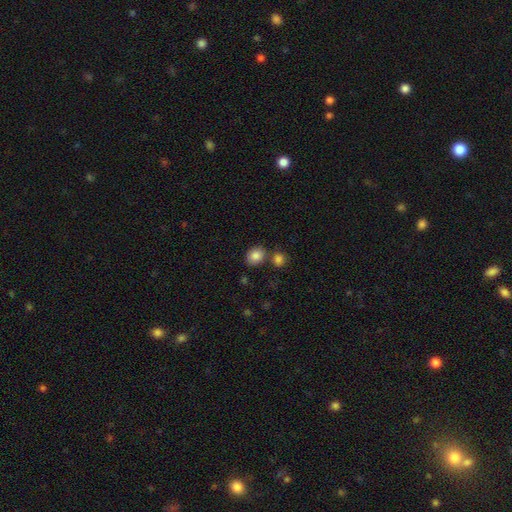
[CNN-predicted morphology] Smooth or featured: smooth — 85% (star or artifact — 9%)
How rounded: in between — 51% (round — 48%)
Merging: none — 69% (merger — 17%)